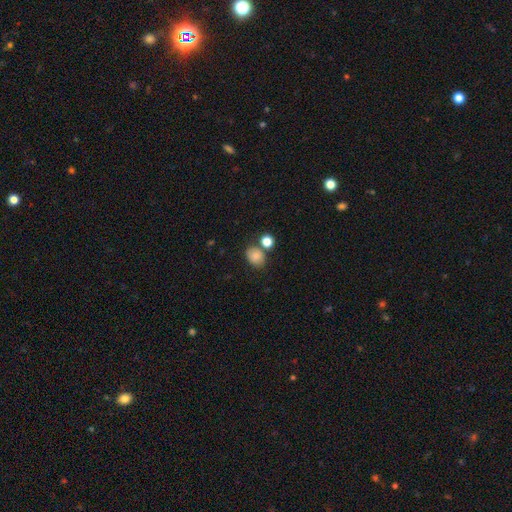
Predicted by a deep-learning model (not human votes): A smooth galaxy with no disk features (79%) that is round (54%). Merging: none (65%).